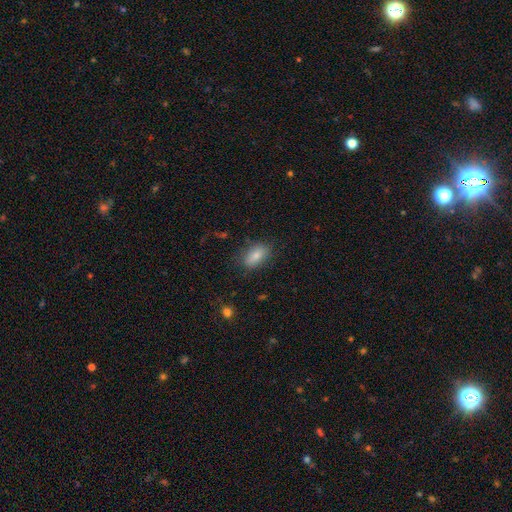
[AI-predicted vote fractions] This appears to be a smooth galaxy with no disk features (83%) that is in between round and cigar-shaped (90%). Merging: none (81%).